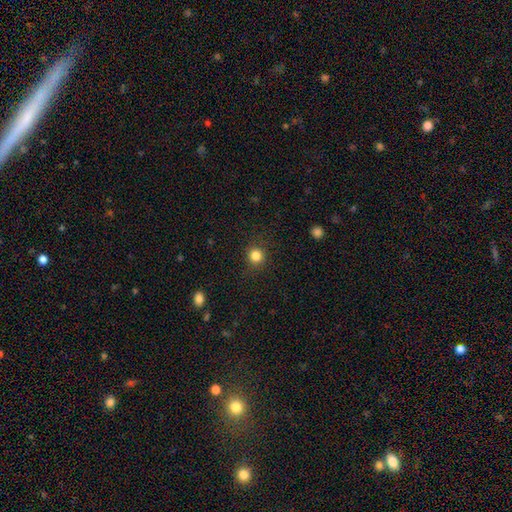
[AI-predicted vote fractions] Morphology: type=smooth (84%); roundness=round (91%); merging=none (88%).